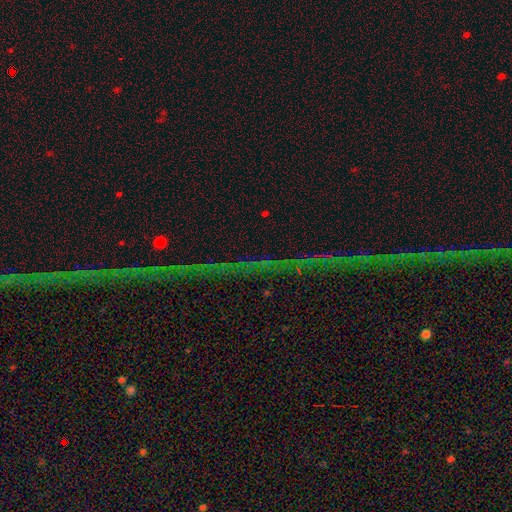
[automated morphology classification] smooth-or-featured: star or artifact: 75% | featured or disk: 16% | smooth: 9%